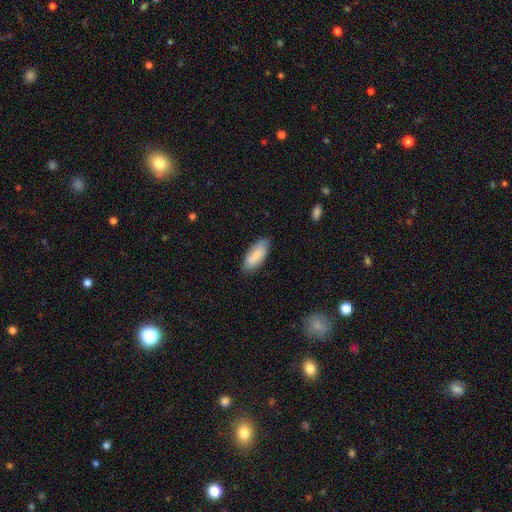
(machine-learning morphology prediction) Smooth or featured?
  - smooth: 80% *
  - featured or disk: 14%
  - star or artifact: 6%
How rounded?
  - in between: 83% *
  - cigar-shaped: 15%
  - round: 2%
Merging?
  - none: 76% *
  - minor disturbance: 19%
  - major disturbance: 3%
  - merger: 1%